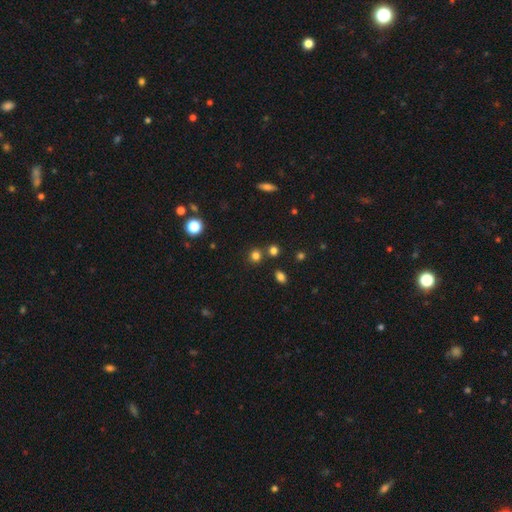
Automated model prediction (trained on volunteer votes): Smooth or featured?
  - smooth: 77% *
  - star or artifact: 18%
  - featured or disk: 5%
How rounded?
  - round: 87% *
  - in between: 12%
  - cigar-shaped: 1%
Merging?
  - none: 76% *
  - merger: 13%
  - minor disturbance: 8%
  - major disturbance: 3%